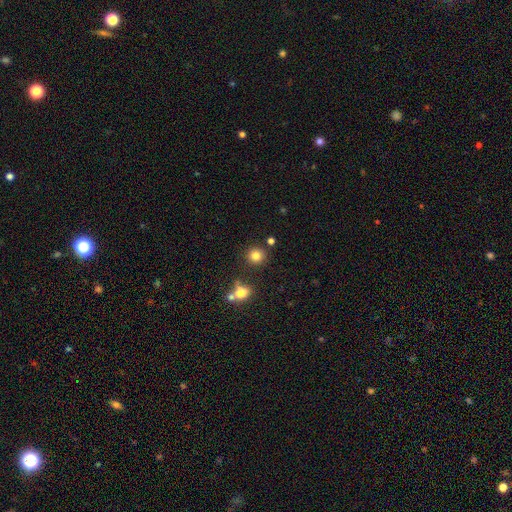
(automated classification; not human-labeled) smooth_or_featured: smooth (p=0.81) [alt: star or artifact p=0.13]
how_rounded: round (p=0.90) [alt: in between p=0.09]
merging: none (p=0.82) [alt: minor disturbance p=0.08]